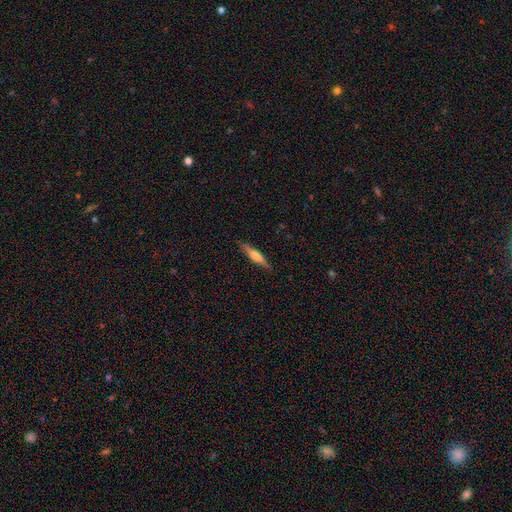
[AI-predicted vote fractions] Q: Smooth or featured?
A: featured or disk (55%); runner-up: smooth (39%)
Q: Edge-on disk?
A: yes (94%); runner-up: no (6%)
Q: Edge-on bulge?
A: rounded (86%); runner-up: none (7%)
Q: Merging?
A: none (88%); runner-up: minor disturbance (9%)